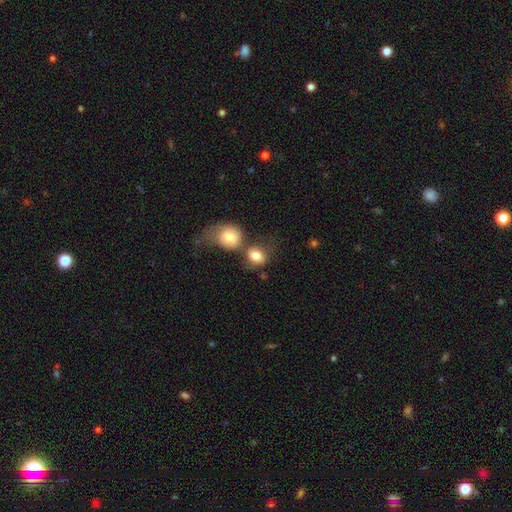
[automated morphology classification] smooth_or_featured: smooth (p=0.78) [alt: featured or disk p=0.14]
how_rounded: in between (p=0.51) [alt: round p=0.47]
merging: merger (p=0.51) [alt: none p=0.27]